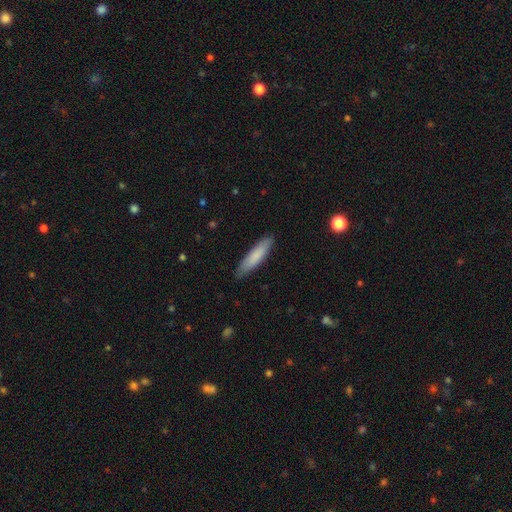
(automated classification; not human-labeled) This appears to be a smooth galaxy with no disk features (80%) that is cigar-shaped (82%). Merging: none (87%).